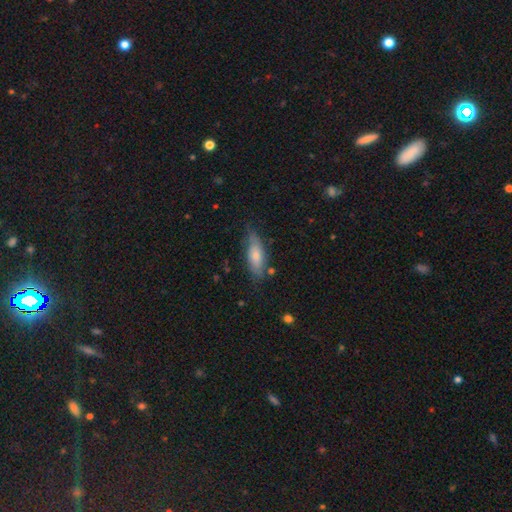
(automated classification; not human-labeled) A smooth galaxy with no disk features (67%) that is in between round and cigar-shaped (66%). Merging: none (63%).